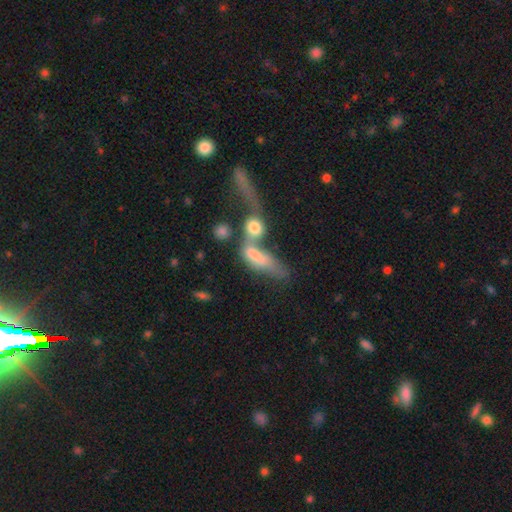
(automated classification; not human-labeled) This appears to be a smooth galaxy with no disk features (55%) that is in between round and cigar-shaped (57%). Merging: merger (63%).